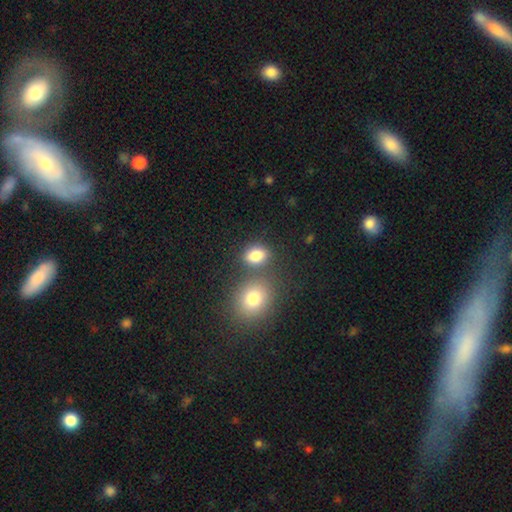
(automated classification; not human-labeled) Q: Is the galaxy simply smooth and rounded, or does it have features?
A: smooth — 83%.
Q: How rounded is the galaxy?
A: in between — 66%.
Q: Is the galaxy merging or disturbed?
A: none — 64%.